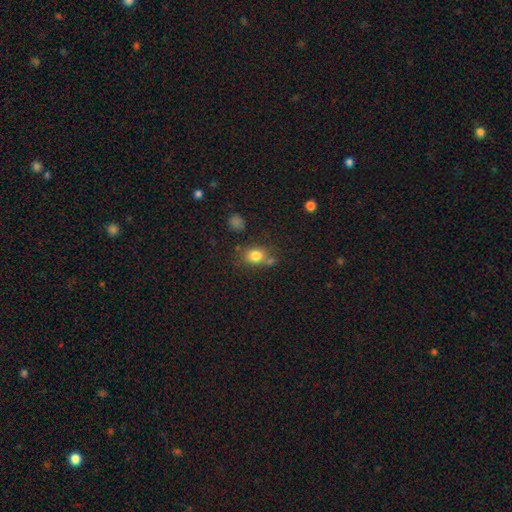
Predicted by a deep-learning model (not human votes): This appears to be a smooth galaxy with no disk features (80%) that is in between round and cigar-shaped (52%). Merging: none (62%).